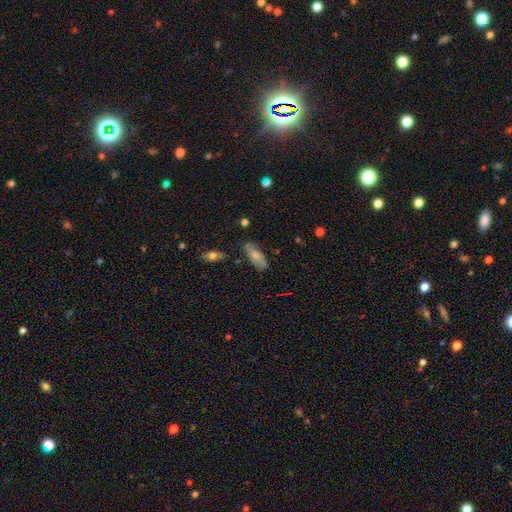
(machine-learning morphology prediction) The model was most divided on "smooth or featured": smooth: 64%, featured or disk: 29%, star or artifact: 7%. More confident: merging — none (77%); how rounded — in between (75%).